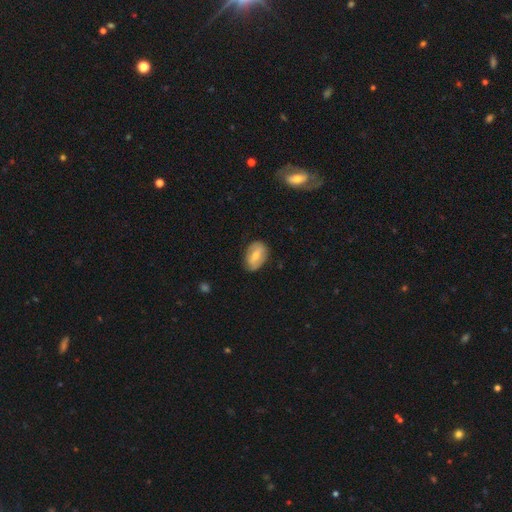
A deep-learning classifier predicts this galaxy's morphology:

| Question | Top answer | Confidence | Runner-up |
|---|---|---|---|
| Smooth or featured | smooth | 48% | featured or disk (46%) |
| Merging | none | 76% | minor disturbance (19%) |